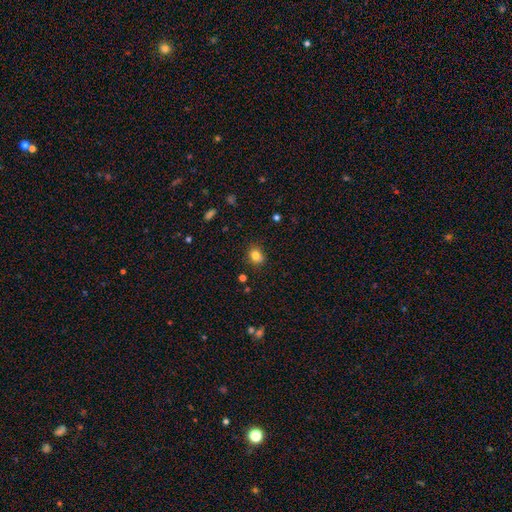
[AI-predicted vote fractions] Smooth or featured: smooth — 81% (star or artifact — 12%)
How rounded: round — 63% (in between — 36%)
Merging: none — 77% (minor disturbance — 15%)